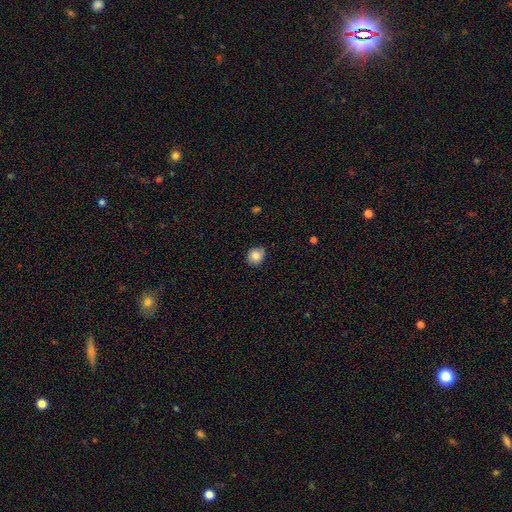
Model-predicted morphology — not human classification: A smooth galaxy with no disk features (83%) that is round (59%). Merging: none (82%).